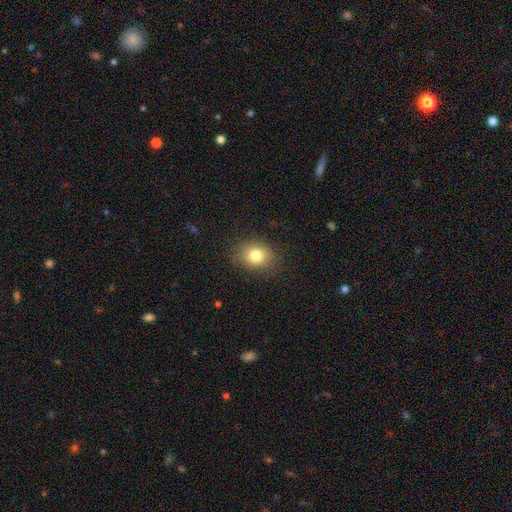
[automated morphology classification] type=smooth (79%); roundness=round (56%); merging=none (84%).